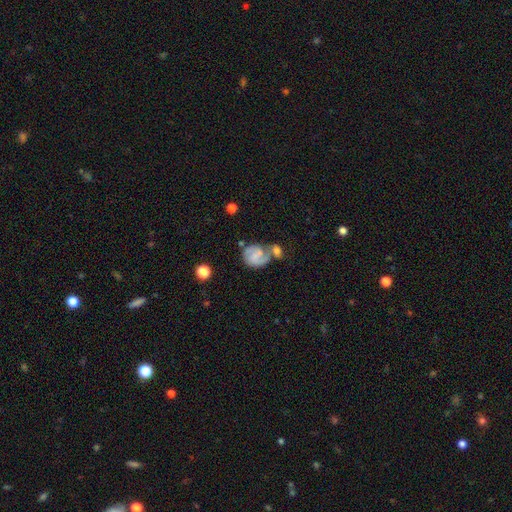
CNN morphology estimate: type=featured or disk (70%); edge-on=no (98%); bar=weak (45%); spiral arms=yes (92%); winding=medium (49%); arm count=2 (80%); bulge=small (44%); merging=none (37%, tied with merger).